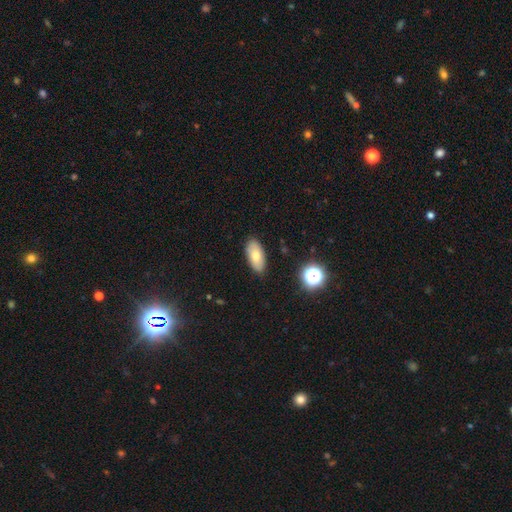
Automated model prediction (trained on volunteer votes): smooth-or-featured: smooth: 73% | featured or disk: 19% | star or artifact: 9%
  how-rounded: in between: 90% | cigar-shaped: 6% | round: 4%
  merging: none: 86% | minor disturbance: 10% | major disturbance: 2% | merger: 1%